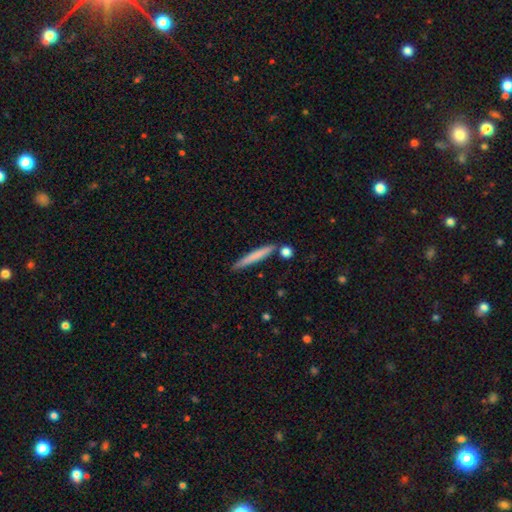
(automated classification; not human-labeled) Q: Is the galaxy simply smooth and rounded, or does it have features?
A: smooth — 69%.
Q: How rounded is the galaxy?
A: cigar-shaped — 96%.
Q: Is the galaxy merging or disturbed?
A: none — 81%.